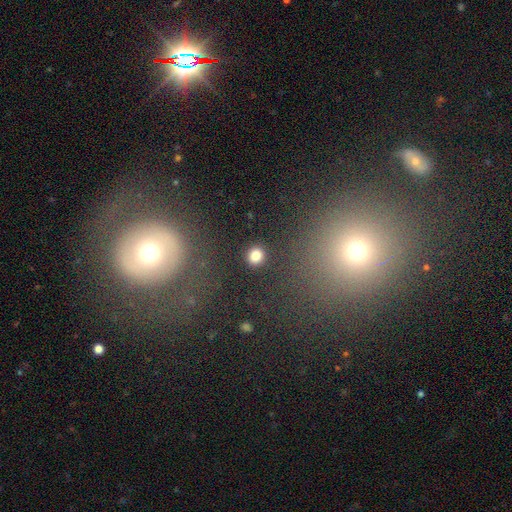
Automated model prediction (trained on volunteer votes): A smooth galaxy with no disk features (82%) that is round (86%).

Vote fractions:
- Smooth or featured? smooth: 82% / star or artifact: 13% / featured or disk: 5%
- How rounded? round: 86% / in between: 13% / cigar-shaped: 1%
- Merging? none: 91% / minor disturbance: 5% / major disturbance: 2% / merger: 2%